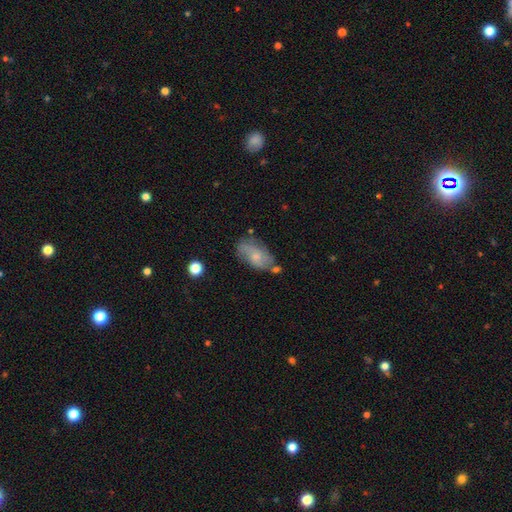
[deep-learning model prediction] Morphology: type=smooth (48%); merging=none (57%).